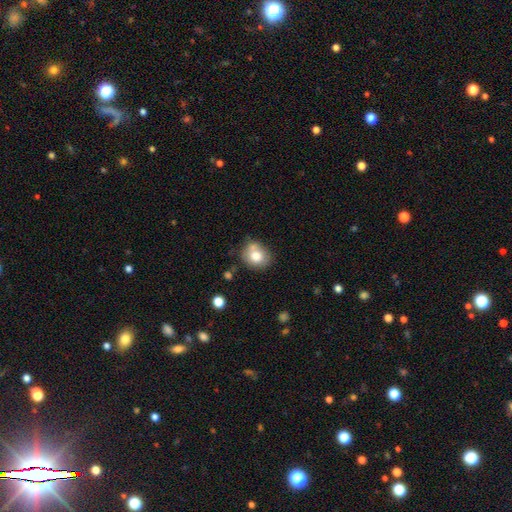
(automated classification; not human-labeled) A smooth galaxy with no disk features (77%) that is round (64%). Merging: none (59%).